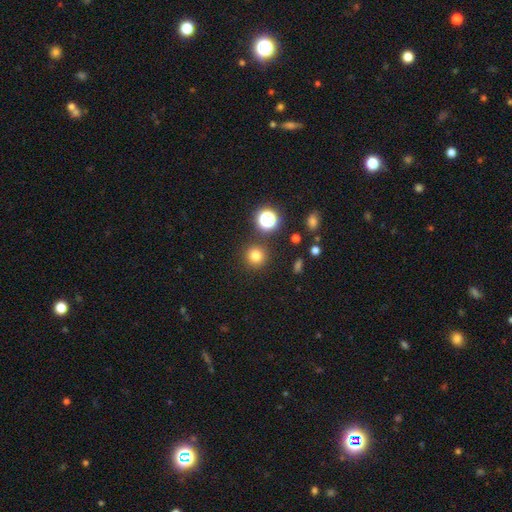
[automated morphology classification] Smooth or featured: smooth — 77% (star or artifact — 17%)
How rounded: round — 95% (in between — 4%)
Merging: none — 88% (minor disturbance — 6%)